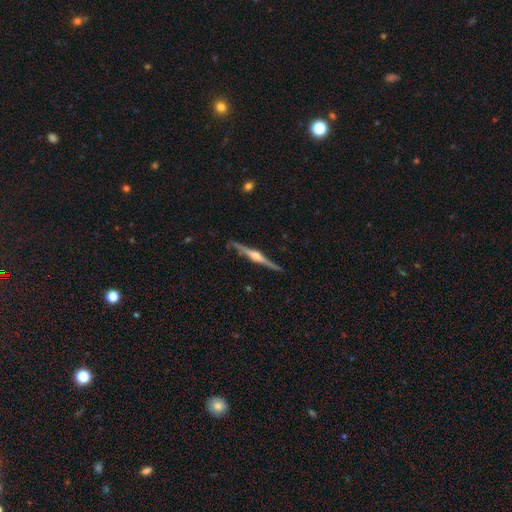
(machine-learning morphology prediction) Overall: featured or disk (82%). Edge-on disk: yes (98%). Edge-on bulge: rounded (88%). Merging: none (87%).